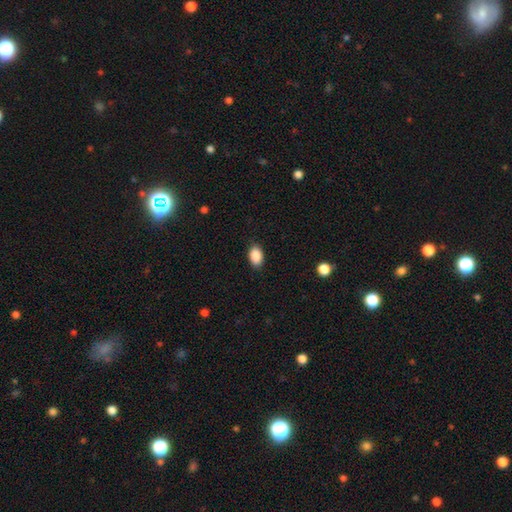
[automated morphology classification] type=smooth (89%); roundness=in between (87%); merging=none (88%).